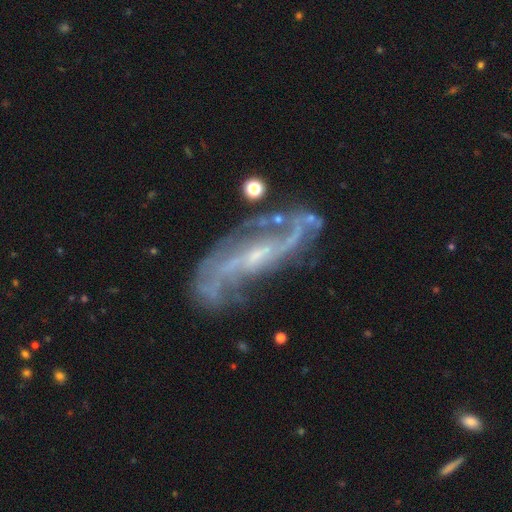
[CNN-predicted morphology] featured or disk 89%, star or artifact 6%, smooth 5%. Down the decision tree: edge-on disk — no (92%); bar — weak (44%); spiral arms — yes (95%); spiral arm count — 2 (76%); spiral winding — loose (54%); bulge size — small (67%); merging — none (61%).